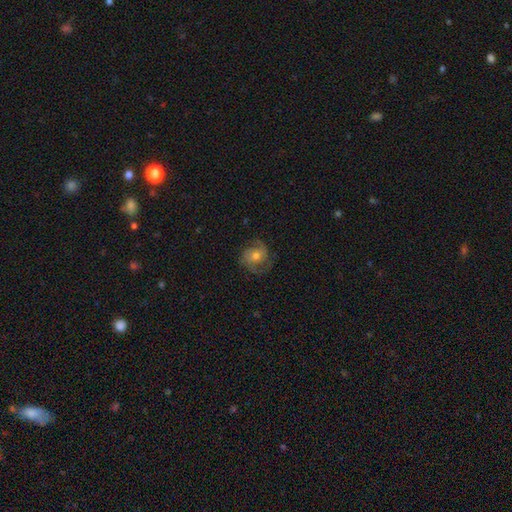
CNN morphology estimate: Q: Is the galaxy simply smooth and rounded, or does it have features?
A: featured or disk — 68%.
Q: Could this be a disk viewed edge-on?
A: no — 97%.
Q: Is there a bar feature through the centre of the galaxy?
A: no — 71%.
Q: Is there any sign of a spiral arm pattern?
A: yes — 91%.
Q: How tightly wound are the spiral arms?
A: medium — 48%.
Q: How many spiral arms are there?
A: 2 — 48%.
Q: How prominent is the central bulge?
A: moderate — 61%.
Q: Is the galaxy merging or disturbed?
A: none — 71%.